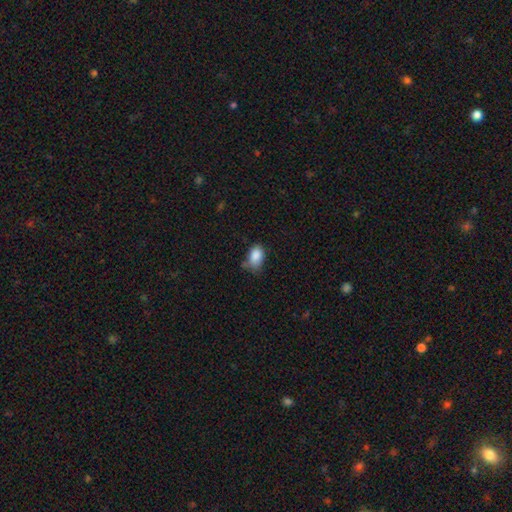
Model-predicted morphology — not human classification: This is clearly a smooth galaxy (87%). How rounded: clearly in between (81%). Merging: possibly none (51%).